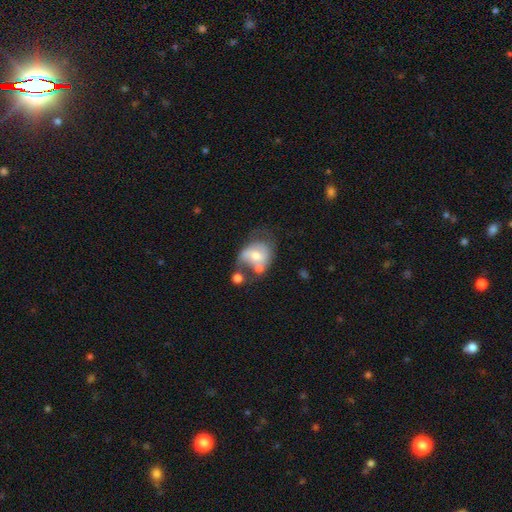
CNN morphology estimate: type=smooth (46%, tied with featured or disk); merging=merger (31%).